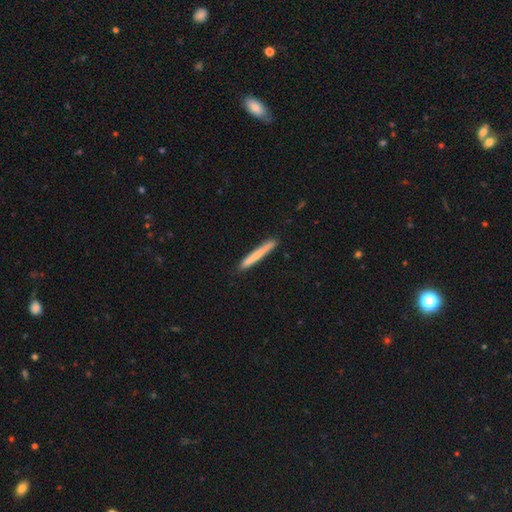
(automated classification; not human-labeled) Overall: smooth (70%). How rounded: cigar-shaped (96%). Merging: none (89%).